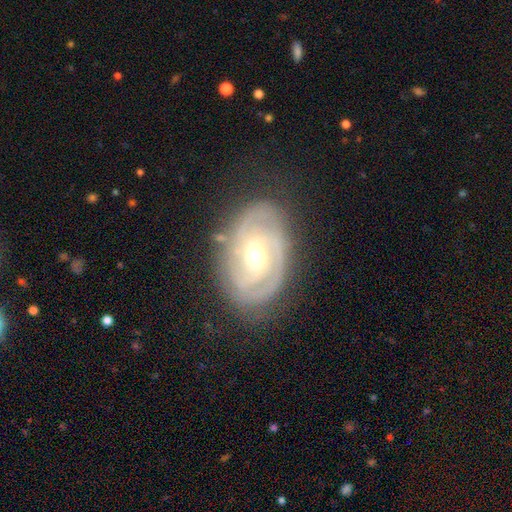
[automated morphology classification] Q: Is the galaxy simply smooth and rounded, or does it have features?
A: featured or disk — 86%.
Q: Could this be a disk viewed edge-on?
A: no — 96%.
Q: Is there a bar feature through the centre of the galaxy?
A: weak — 46%.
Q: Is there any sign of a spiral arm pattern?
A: yes — 93%.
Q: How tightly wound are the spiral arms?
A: tight — 64%.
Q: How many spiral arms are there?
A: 2 — 46%.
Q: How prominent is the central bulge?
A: moderate — 70%.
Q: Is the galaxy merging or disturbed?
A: none — 78%.